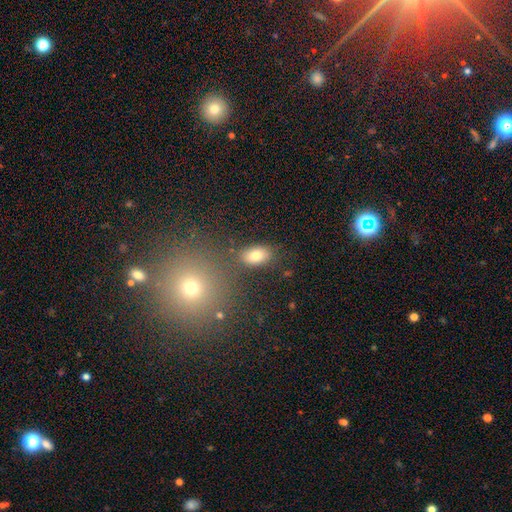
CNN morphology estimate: A smooth galaxy with no disk features (79%) that is in between round and cigar-shaped (89%).

Vote fractions:
- Smooth or featured? smooth: 79% / featured or disk: 11% / star or artifact: 10%
- How rounded? in between: 89% / round: 9% / cigar-shaped: 2%
- Merging? none: 80% / minor disturbance: 11% / merger: 5% / major disturbance: 4%